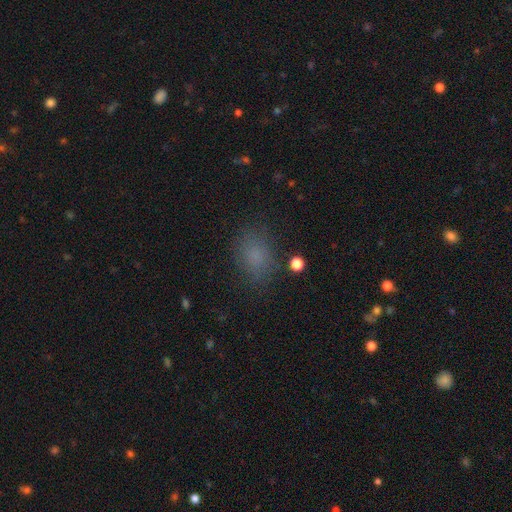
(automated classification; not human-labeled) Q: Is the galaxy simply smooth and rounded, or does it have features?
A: smooth — 76%.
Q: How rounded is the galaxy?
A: in between — 66%.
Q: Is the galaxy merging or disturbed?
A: none — 78%.